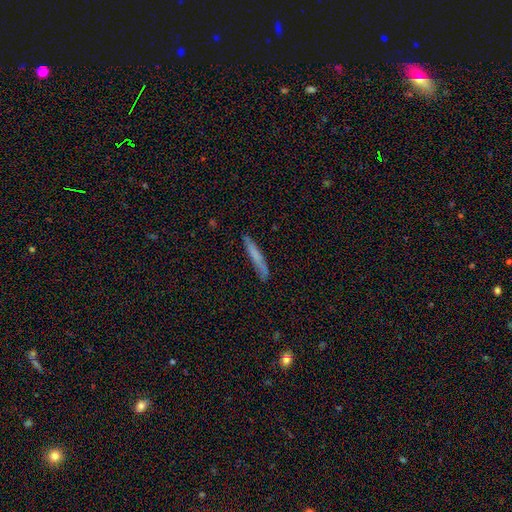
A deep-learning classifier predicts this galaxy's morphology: smooth_or_featured: smooth (p=0.69) [alt: featured or disk p=0.24]
how_rounded: cigar-shaped (p=0.95) [alt: in between p=0.04]
merging: none (p=0.81) [alt: minor disturbance p=0.15]